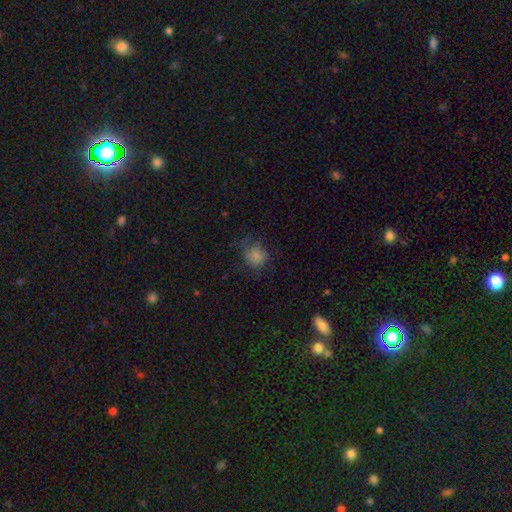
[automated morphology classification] This appears to be a smooth galaxy with no disk features (76%) that is round (73%). Merging: none (53%).